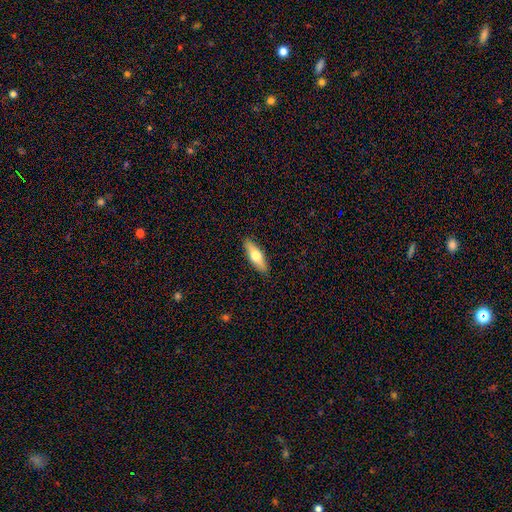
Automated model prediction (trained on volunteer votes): Morphology: type=smooth (56%); roundness=cigar-shaped (51%); merging=none (90%).